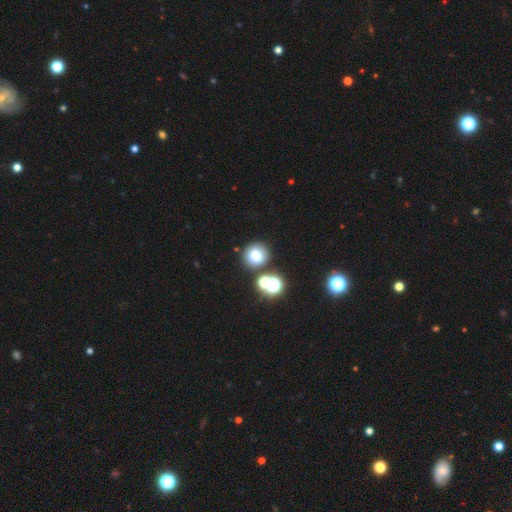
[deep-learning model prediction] smooth-or-featured: smooth: 71% | star or artifact: 18% | featured or disk: 11%
  how-rounded: round: 88% | in between: 11% | cigar-shaped: 1%
  merging: none: 75% | merger: 14% | minor disturbance: 8% | major disturbance: 3%